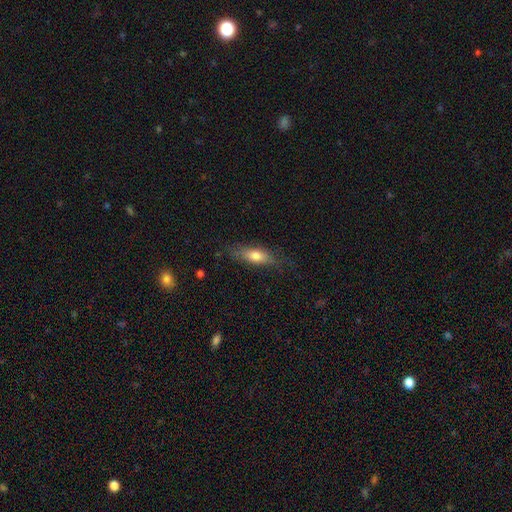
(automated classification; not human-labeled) The model was most divided on "how rounded": in between: 58%, cigar-shaped: 39%, round: 3%. More confident: merging — none (72%); smooth or featured — smooth (70%).